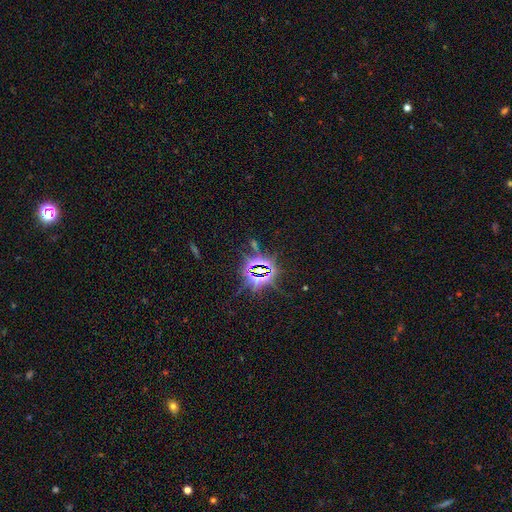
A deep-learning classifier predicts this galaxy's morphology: Smooth or featured: star or artifact — 81% (smooth — 11%)